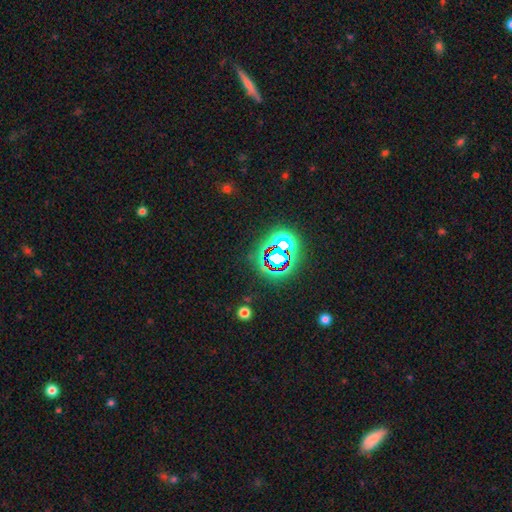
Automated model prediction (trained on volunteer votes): A star or artifact, not a galaxy (78%).